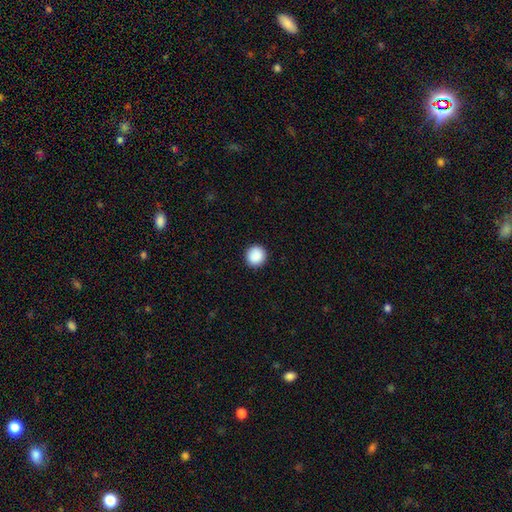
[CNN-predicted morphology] A smooth galaxy with no disk features (90%) that is round (95%).

Vote fractions:
- Smooth or featured? smooth: 90% / star or artifact: 8% / featured or disk: 2%
- How rounded? round: 95% / in between: 4% / cigar-shaped: 1%
- Merging? none: 93% / minor disturbance: 5% / major disturbance: 2% / merger: 1%